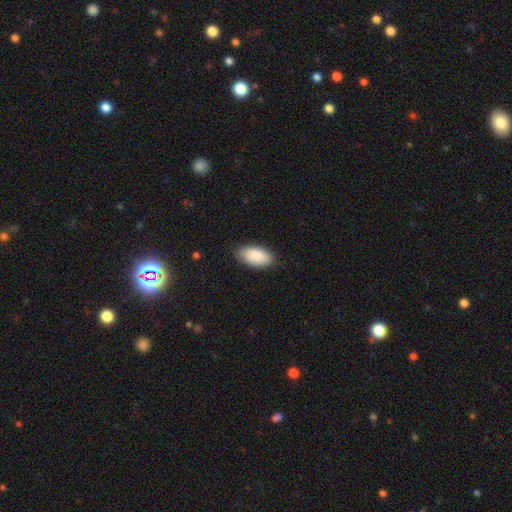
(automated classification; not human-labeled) A smooth galaxy with no disk features (89%) that is in between round and cigar-shaped (95%).

Vote fractions:
- Smooth or featured? smooth: 89% / star or artifact: 6% / featured or disk: 5%
- How rounded? in between: 95% / cigar-shaped: 3% / round: 2%
- Merging? none: 82% / minor disturbance: 15% / major disturbance: 3% / merger: 1%